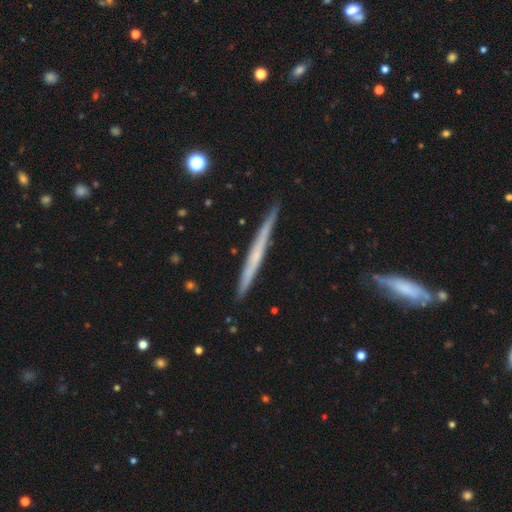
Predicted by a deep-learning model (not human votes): Morphology: type=featured or disk (56%); edge-on=yes (97%); edge-on bulge=none (83%); merging=none (89%).